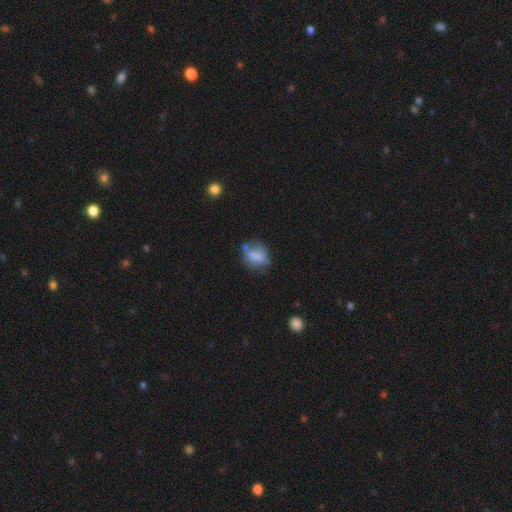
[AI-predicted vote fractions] Q: Smooth or featured?
A: smooth (69%); runner-up: featured or disk (21%)
Q: How rounded?
A: in between (59%); runner-up: round (38%)
Q: Merging?
A: none (48%); runner-up: minor disturbance (27%)